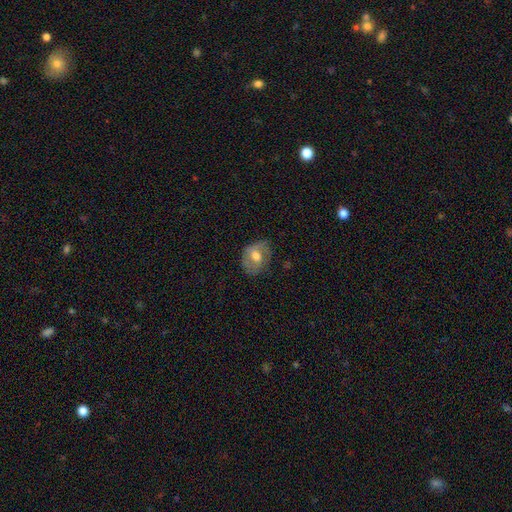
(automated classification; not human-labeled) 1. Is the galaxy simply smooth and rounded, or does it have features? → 53% smooth, 39% featured or disk, 8% star or artifact.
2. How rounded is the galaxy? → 58% in between, 41% round, 1% cigar-shaped.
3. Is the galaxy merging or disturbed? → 62% none, 27% minor disturbance, 11% major disturbance, 1% merger.